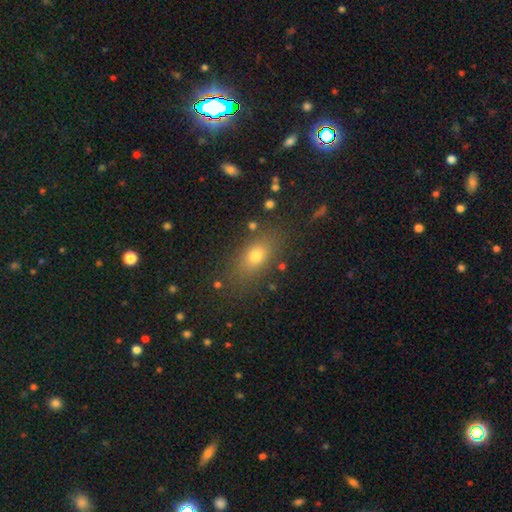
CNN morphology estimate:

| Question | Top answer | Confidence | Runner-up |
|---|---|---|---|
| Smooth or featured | smooth | 72% | star or artifact (14%) |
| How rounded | in between | 75% | round (17%) |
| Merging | none | 81% | minor disturbance (12%) |